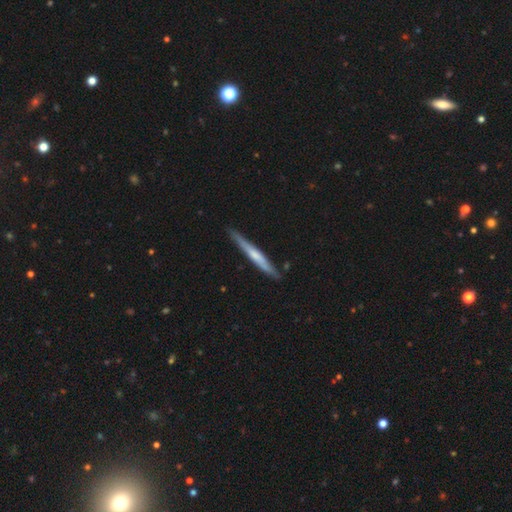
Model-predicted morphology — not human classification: This is possibly a featured or disk galaxy (51%). It is clearly viewed edge-on (96%). Merging: clearly none (85%).